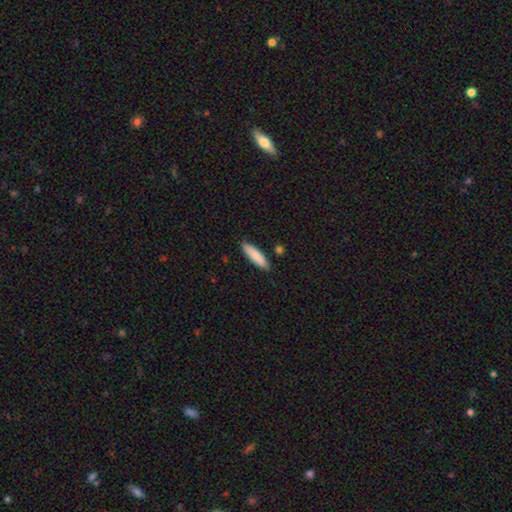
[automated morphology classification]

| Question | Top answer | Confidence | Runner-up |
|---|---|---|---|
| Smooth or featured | smooth | 85% | featured or disk (9%) |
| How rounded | cigar-shaped | 68% | in between (30%) |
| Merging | none | 87% | minor disturbance (9%) |